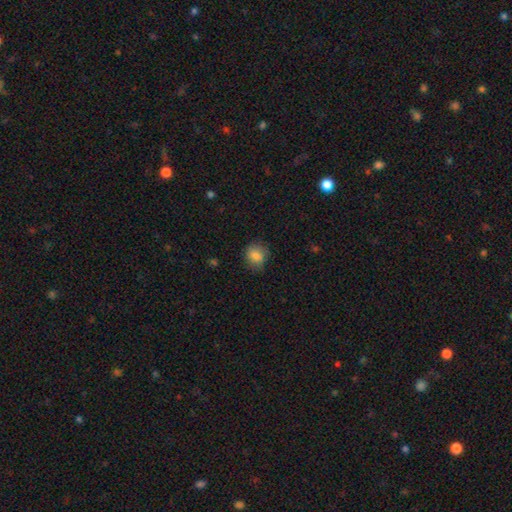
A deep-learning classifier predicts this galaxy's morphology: Smooth or featured: smooth — 83% (star or artifact — 10%)
How rounded: round — 74% (in between — 25%)
Merging: none — 78% (minor disturbance — 16%)